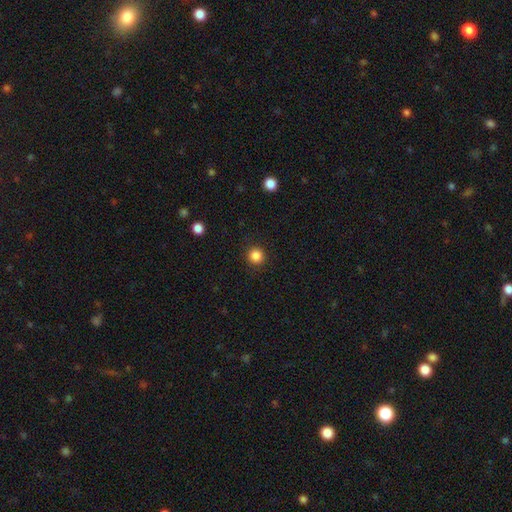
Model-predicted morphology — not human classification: Q: Smooth or featured?
A: smooth (87%); runner-up: star or artifact (11%)
Q: How rounded?
A: round (95%); runner-up: in between (4%)
Q: Merging?
A: none (92%); runner-up: minor disturbance (5%)